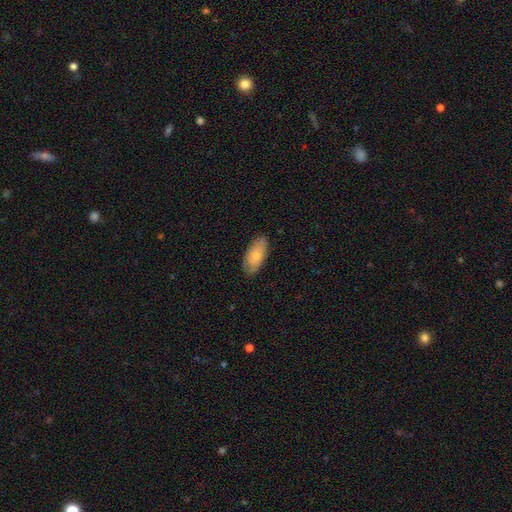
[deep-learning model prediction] This is likely a smooth galaxy (74%). How rounded: clearly in between (92%). Merging: likely none (78%).